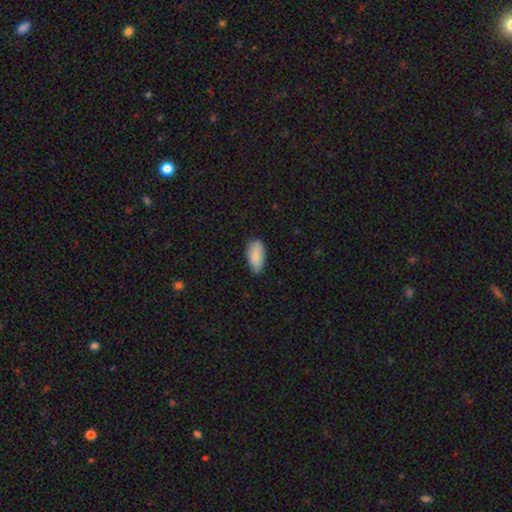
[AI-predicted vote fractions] A smooth galaxy with no disk features (85%) that is in between round and cigar-shaped (94%).

Vote fractions:
- Smooth or featured? smooth: 85% / featured or disk: 9% / star or artifact: 6%
- How rounded? in between: 94% / cigar-shaped: 4% / round: 2%
- Merging? none: 74% / minor disturbance: 22% / major disturbance: 3% / merger: 1%